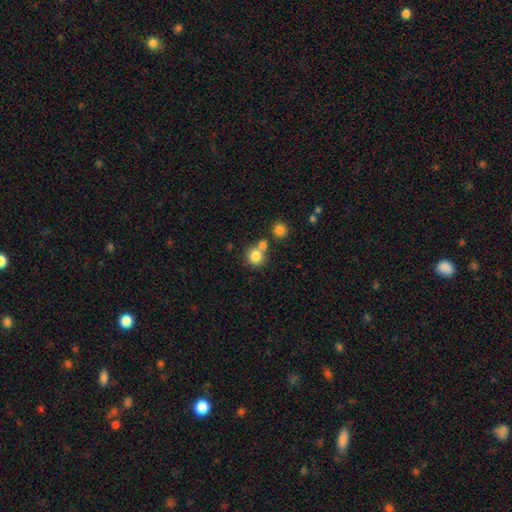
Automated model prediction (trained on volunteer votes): smooth_or_featured: smooth (p=0.81) [alt: star or artifact p=0.11]
how_rounded: round (p=0.87) [alt: in between p=0.12]
merging: none (p=0.54) [alt: merger p=0.34]